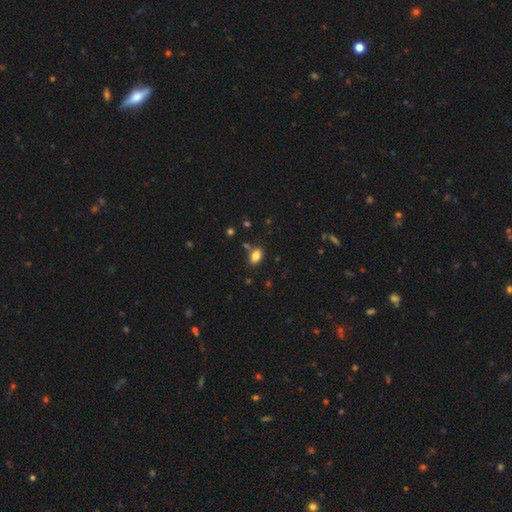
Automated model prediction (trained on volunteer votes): The model was most divided on "merging": none: 76%, minor disturbance: 13%, merger: 7%, major disturbance: 3%. More confident: how rounded — in between (89%); smooth or featured — smooth (83%).